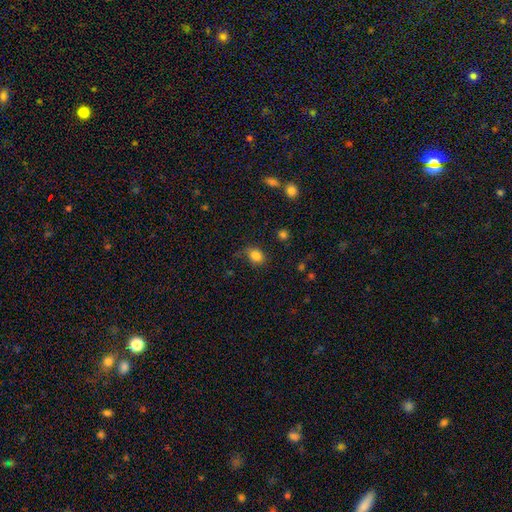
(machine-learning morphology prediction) Q: Smooth or featured?
A: smooth (83%); runner-up: star or artifact (11%)
Q: How rounded?
A: in between (58%); runner-up: round (41%)
Q: Merging?
A: none (66%); runner-up: minor disturbance (23%)